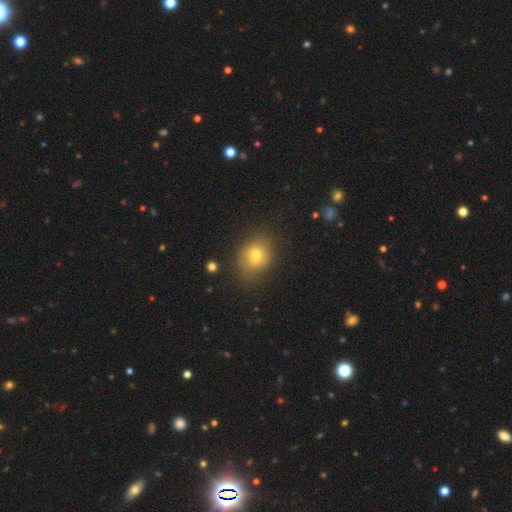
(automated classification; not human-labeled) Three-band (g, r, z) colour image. It shows a smooth galaxy with no disk features (76%) that is round (51%). Merging: none (76%).